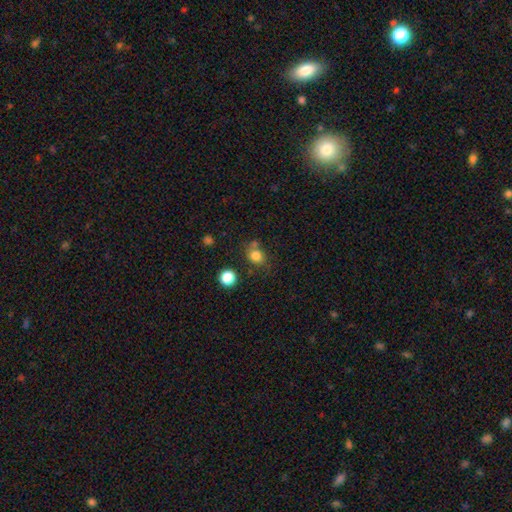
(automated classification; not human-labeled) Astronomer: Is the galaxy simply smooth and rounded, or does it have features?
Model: smooth — 80%.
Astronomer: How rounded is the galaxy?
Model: round — 66%.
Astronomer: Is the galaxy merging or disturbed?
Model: none — 62%.